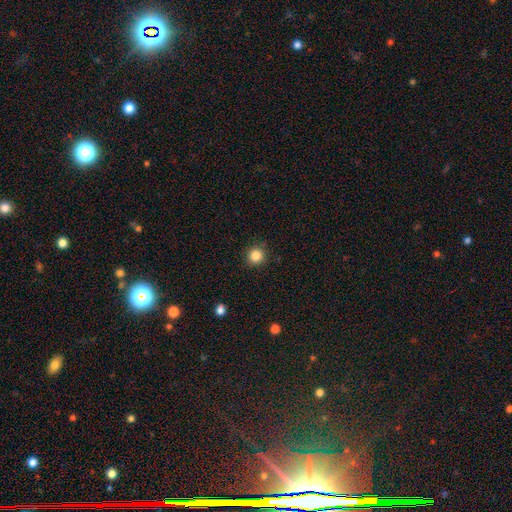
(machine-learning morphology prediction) Smooth or featured: smooth — 86% (star or artifact — 11%)
How rounded: round — 93% (in between — 6%)
Merging: none — 90% (minor disturbance — 7%)